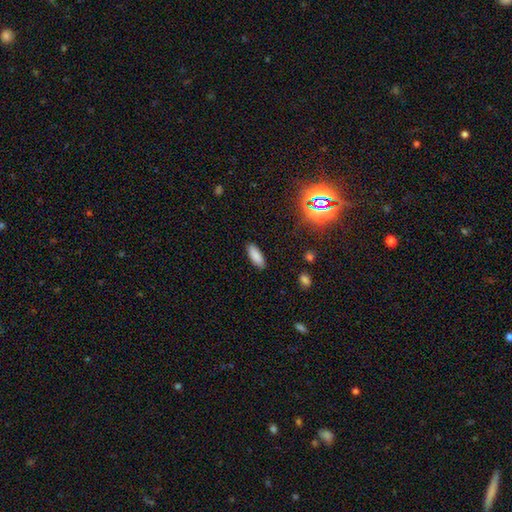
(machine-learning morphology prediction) smooth_or_featured: smooth (p=0.86) [alt: star or artifact p=0.09]
how_rounded: in between (p=0.70) [alt: cigar-shaped p=0.29]
merging: none (p=0.88) [alt: minor disturbance p=0.09]